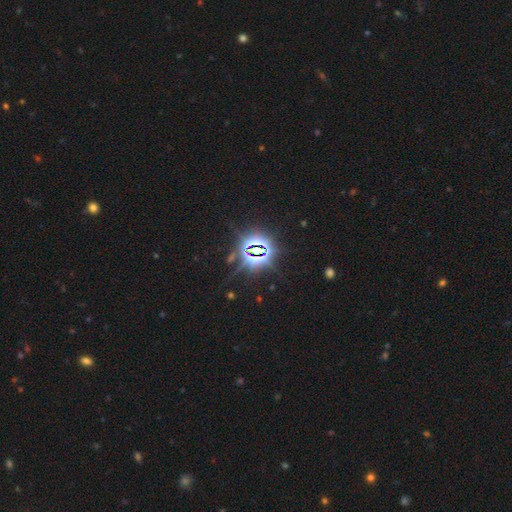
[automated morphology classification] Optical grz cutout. It shows a star or artifact, not a galaxy (83%).